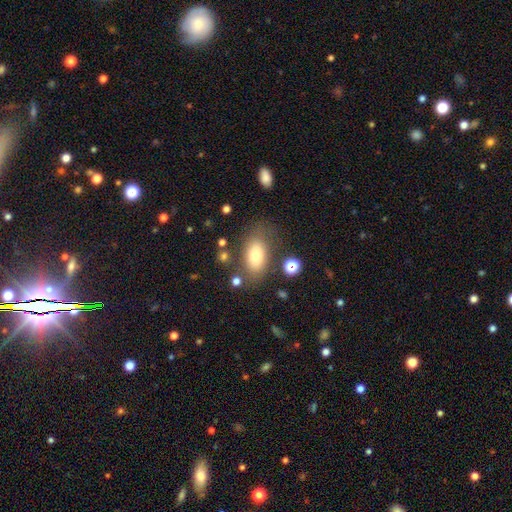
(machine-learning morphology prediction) Smooth or featured? Predicted: smooth (p=0.73). How rounded? Predicted: in between (p=0.88). Merging? Predicted: none (p=0.71).